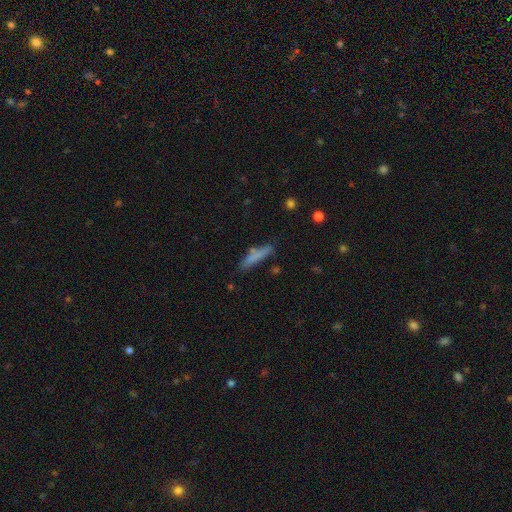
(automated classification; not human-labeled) Morphology: type=smooth (74%); roundness=cigar-shaped (86%); merging=none (73%).